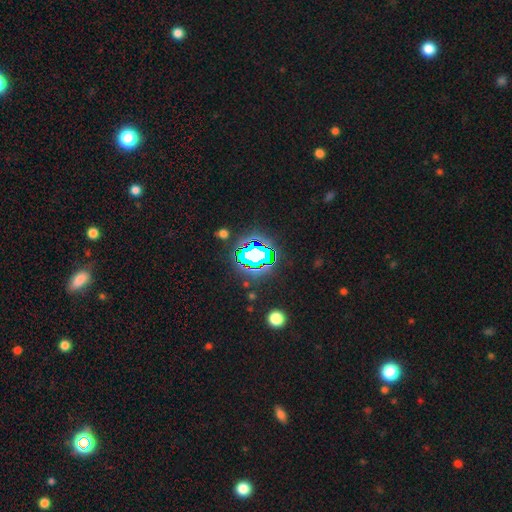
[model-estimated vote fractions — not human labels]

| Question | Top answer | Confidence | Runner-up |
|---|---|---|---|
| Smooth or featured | star or artifact | 76% | smooth (14%) |